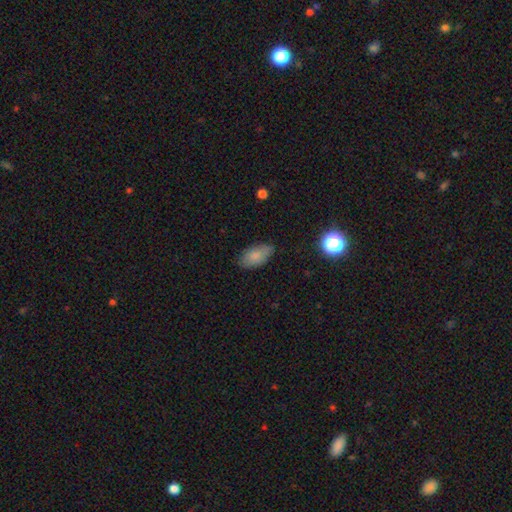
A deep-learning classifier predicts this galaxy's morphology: Smooth or featured? Predicted: smooth (p=0.81). How rounded? Predicted: in between (p=0.92). Merging? Predicted: none (p=0.77).